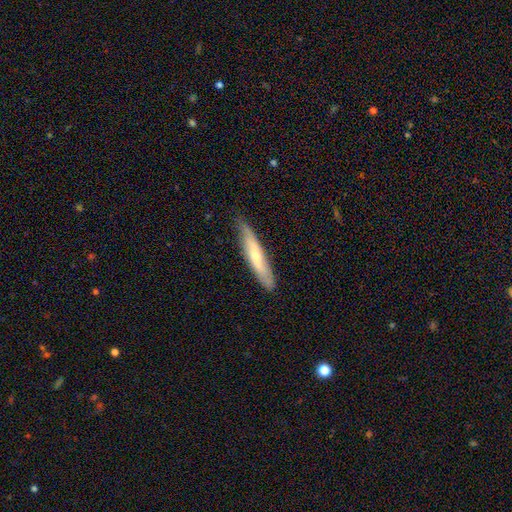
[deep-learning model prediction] smooth 50%, featured or disk 44%, star or artifact 6%. Down the decision tree: how rounded — cigar-shaped (88%); merging — none (81%).